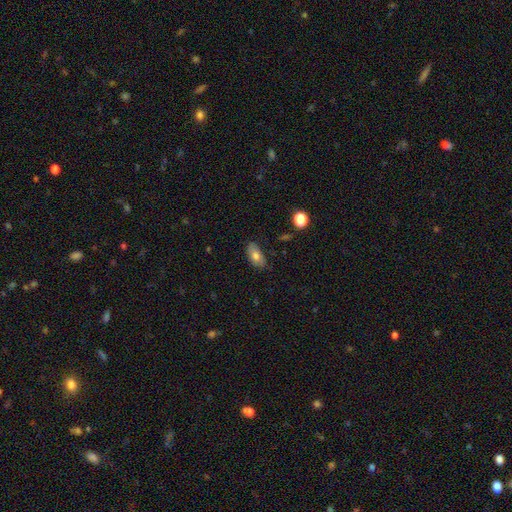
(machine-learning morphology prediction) Overall: smooth (72%). How rounded: in between (92%). Merging: none (78%).